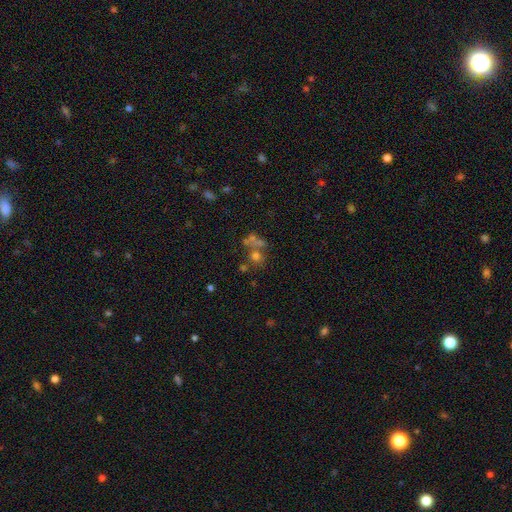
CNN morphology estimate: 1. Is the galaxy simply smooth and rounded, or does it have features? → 57% smooth, 25% star or artifact, 18% featured or disk.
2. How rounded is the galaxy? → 78% round, 20% in between, 2% cigar-shaped.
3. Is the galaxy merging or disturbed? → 45% none, 38% merger, 9% minor disturbance, 8% major disturbance.